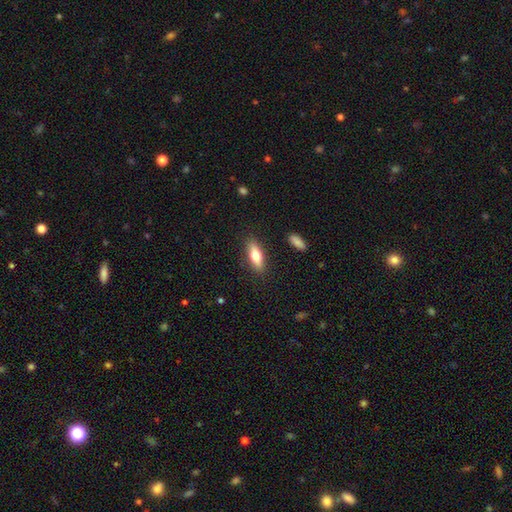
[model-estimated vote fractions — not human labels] smooth_or_featured: smooth (p=0.67) [alt: featured or disk p=0.27]
how_rounded: in between (p=0.60) [alt: cigar-shaped p=0.37]
merging: none (p=0.87) [alt: minor disturbance p=0.09]